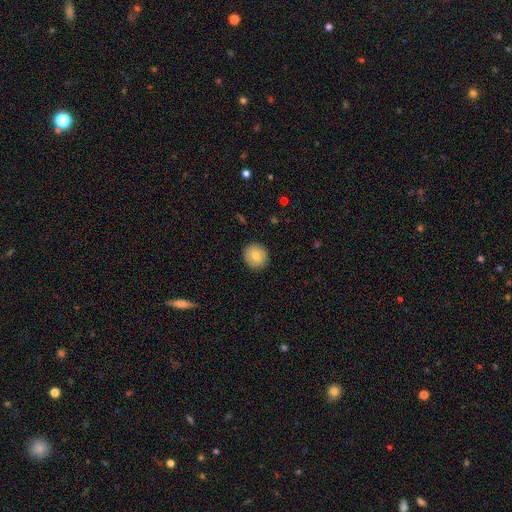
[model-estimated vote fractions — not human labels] Smooth or featured: smooth — 75% (featured or disk — 17%)
How rounded: round — 86% (in between — 14%)
Merging: none — 90% (minor disturbance — 7%)